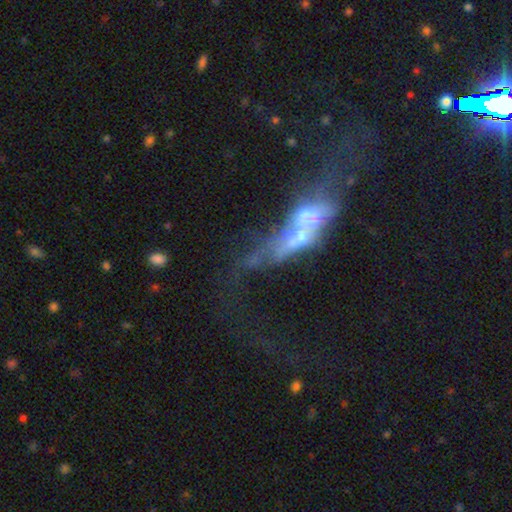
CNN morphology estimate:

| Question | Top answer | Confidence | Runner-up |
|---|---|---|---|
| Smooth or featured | featured or disk | 59% | smooth (26%) |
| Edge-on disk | no | 72% | yes (28%) |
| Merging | merger | 54% | major disturbance (27%) |